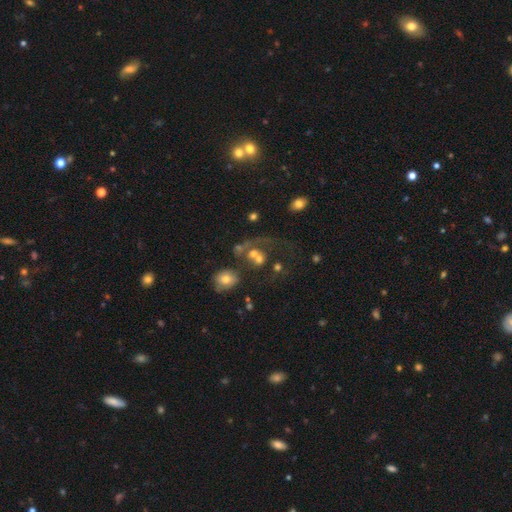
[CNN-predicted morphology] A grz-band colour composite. It shows a smooth galaxy with no disk features (49%). Merging: merger (41%).